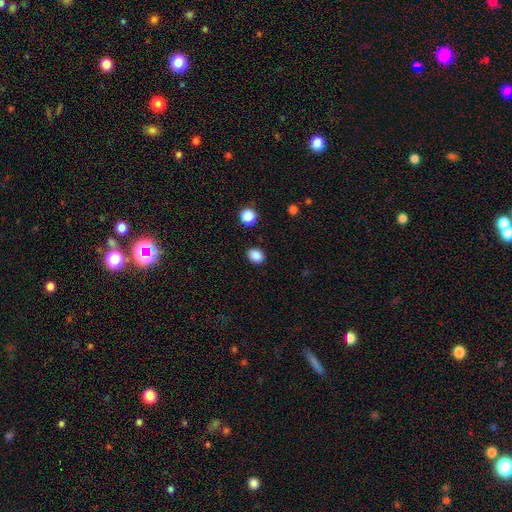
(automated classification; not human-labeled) A smooth galaxy with no disk features (87%) that is round (51%). Merging: none (88%).